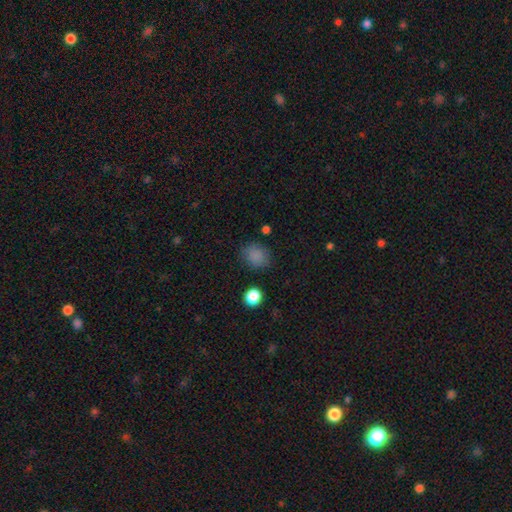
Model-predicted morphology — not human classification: A smooth galaxy with no disk features (84%) that is round (67%). Merging: none (80%).